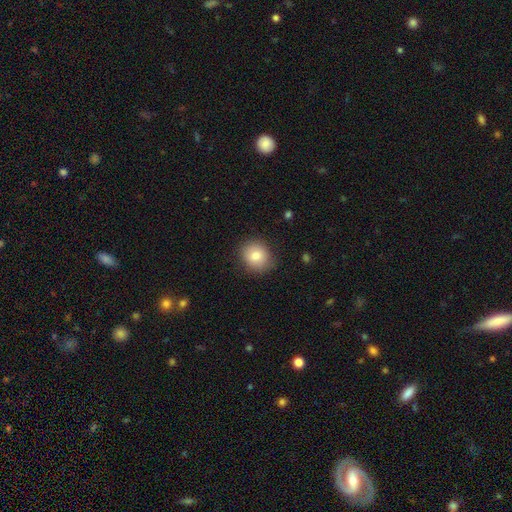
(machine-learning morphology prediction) The model was most divided on "how rounded": round: 72%, in between: 27%, cigar-shaped: 1%. More confident: merging — none (85%); smooth or featured — smooth (82%).